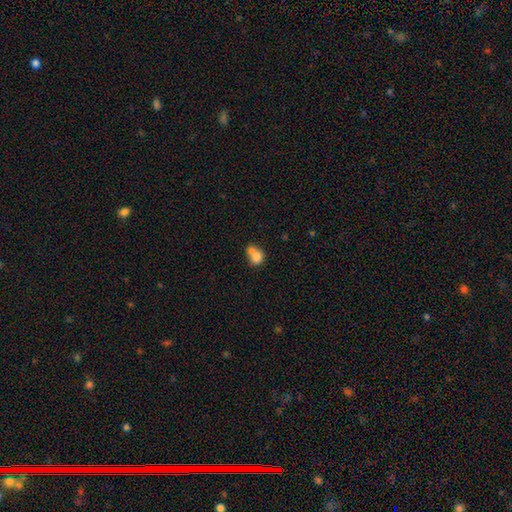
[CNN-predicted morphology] Smooth or featured? Predicted: smooth (p=0.75). How rounded? Predicted: round (p=0.57). Merging? Predicted: merger (p=0.64).